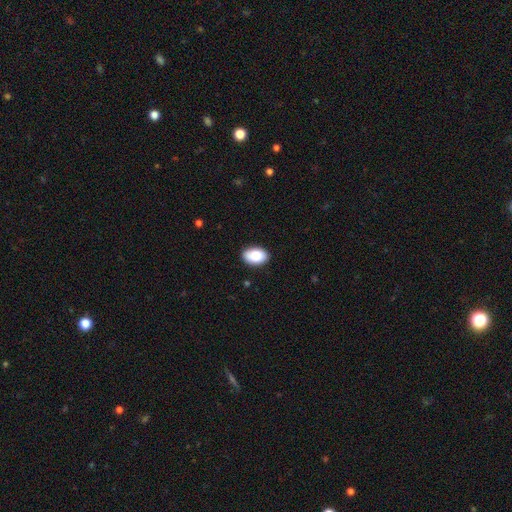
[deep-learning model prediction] Smooth or featured? smooth (86%)
How rounded? in between (90%)
Merging? none (87%)